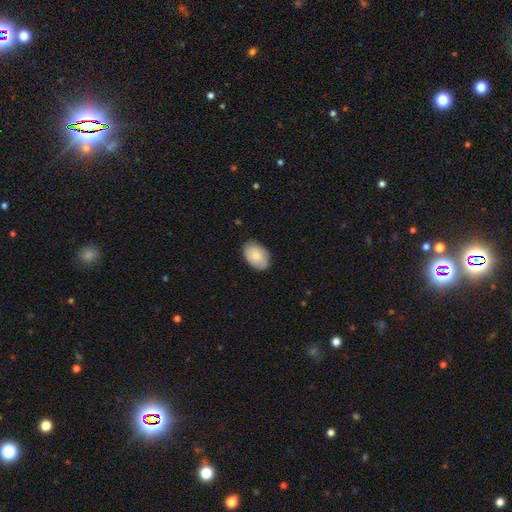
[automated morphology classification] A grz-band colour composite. It shows a smooth galaxy with no disk features (80%) that is in between round and cigar-shaped (89%). Merging: none (85%).